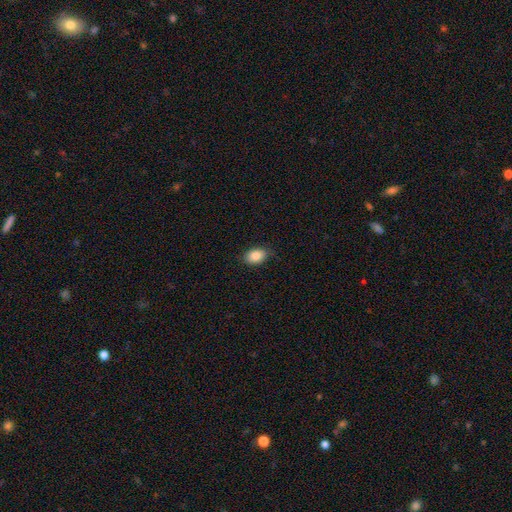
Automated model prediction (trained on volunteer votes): smooth_or_featured: smooth (p=0.86) [alt: star or artifact p=0.08]
how_rounded: in between (p=0.86) [alt: round p=0.13]
merging: none (p=0.81) [alt: minor disturbance p=0.15]